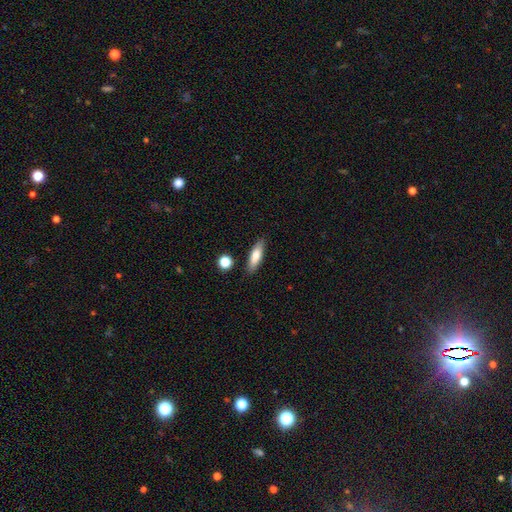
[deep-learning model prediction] This appears to be a smooth galaxy with no disk features (77%) that is cigar-shaped (53%). Merging: none (85%).